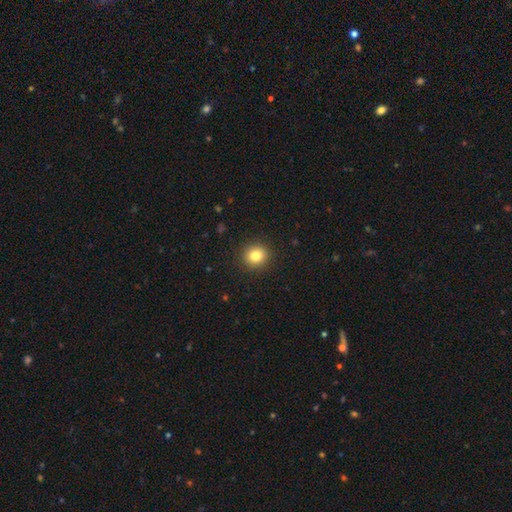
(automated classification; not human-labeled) smooth-or-featured: smooth: 82% | star or artifact: 11% | featured or disk: 7%
  how-rounded: round: 90% | in between: 9% | cigar-shaped: 1%
  merging: none: 91% | minor disturbance: 6% | major disturbance: 2% | merger: 1%